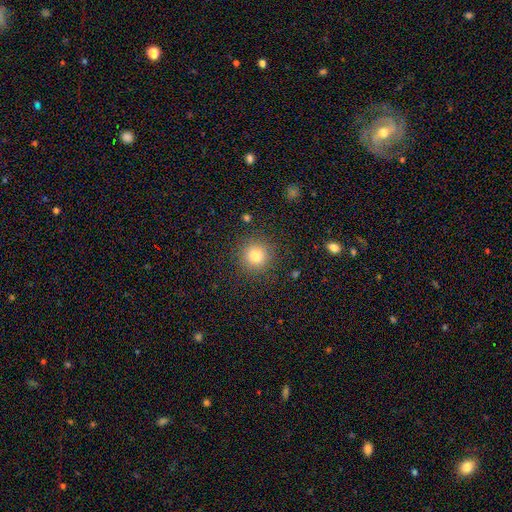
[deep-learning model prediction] A smooth galaxy with no disk features (80%) that is round (94%).

Vote fractions:
- Smooth or featured? smooth: 80% / star or artifact: 13% / featured or disk: 7%
- How rounded? round: 94% / in between: 5% / cigar-shaped: 1%
- Merging? none: 89% / minor disturbance: 7% / major disturbance: 3% / merger: 1%